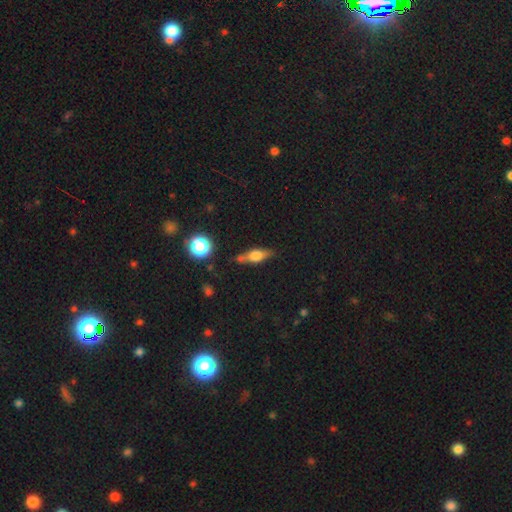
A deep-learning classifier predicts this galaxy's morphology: This appears to be a smooth galaxy with no disk features (47%). Merging: none (67%).